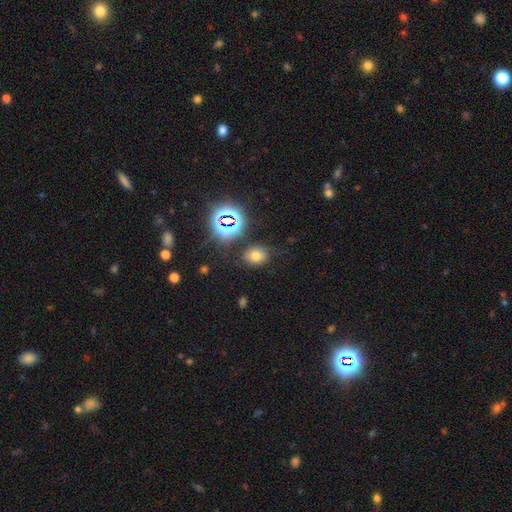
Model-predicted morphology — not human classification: smooth-or-featured: smooth: 64% | star or artifact: 25% | featured or disk: 11%
  how-rounded: round: 50% | in between: 48% | cigar-shaped: 1%
  merging: none: 75% | minor disturbance: 15% | major disturbance: 6% | merger: 3%